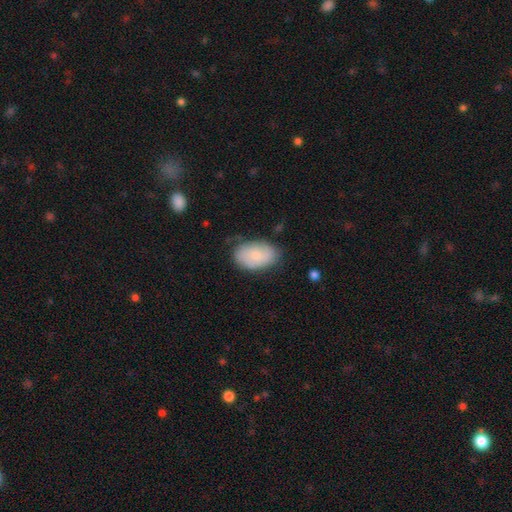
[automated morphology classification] Q: Smooth or featured?
A: smooth (73%); runner-up: featured or disk (21%)
Q: How rounded?
A: in between (90%); runner-up: round (9%)
Q: Merging?
A: none (71%); runner-up: minor disturbance (22%)